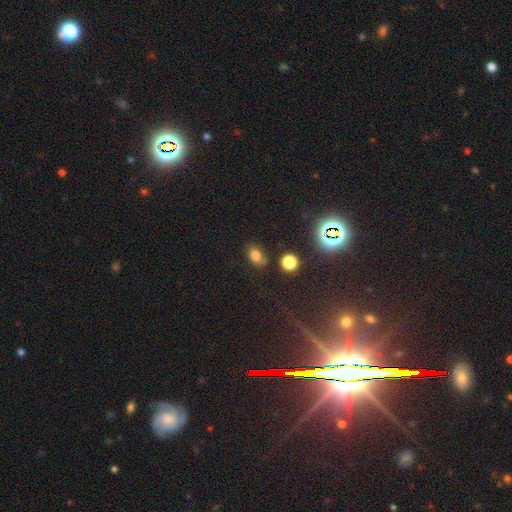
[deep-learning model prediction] This is likely a smooth galaxy (74%). How rounded: likely in between (77%). Merging: likely none (67%).